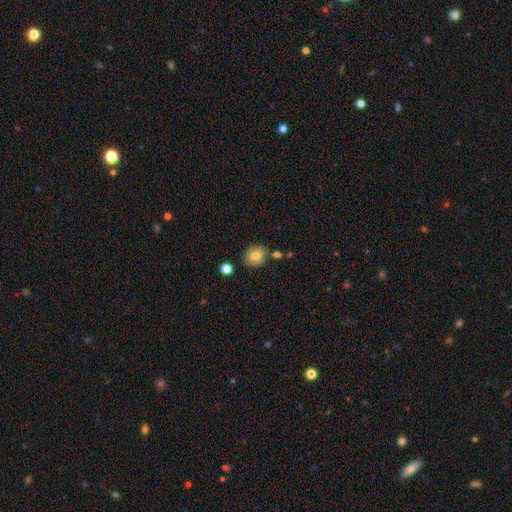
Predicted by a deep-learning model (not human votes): Q: Smooth or featured?
A: smooth (78%); runner-up: featured or disk (13%)
Q: How rounded?
A: round (70%); runner-up: in between (29%)
Q: Merging?
A: none (77%); runner-up: minor disturbance (13%)